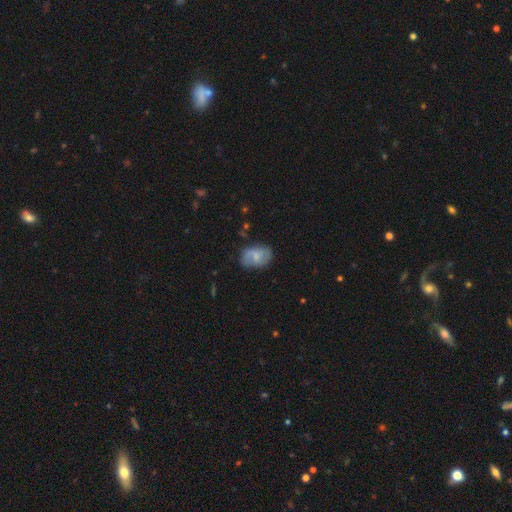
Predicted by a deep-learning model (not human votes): Morphology: type=smooth (49%); merging=none (66%).